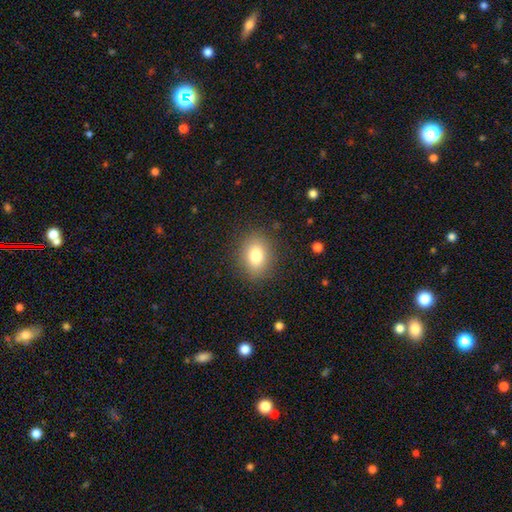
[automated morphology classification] This appears to be a smooth galaxy with no disk features (81%) that is in between round and cigar-shaped (59%). Merging: none (87%).